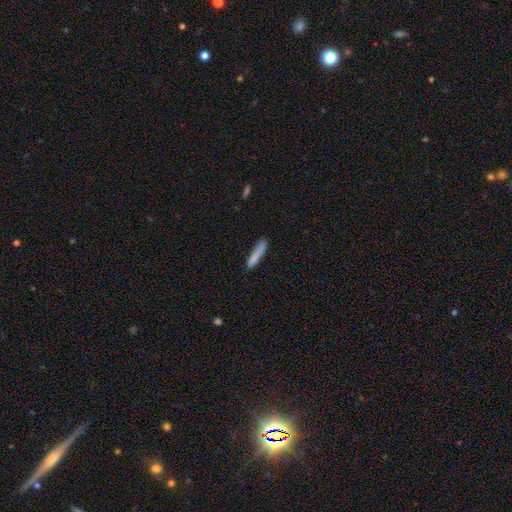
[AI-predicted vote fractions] smooth_or_featured: smooth (p=0.83) [alt: featured or disk p=0.11]
how_rounded: cigar-shaped (p=0.91) [alt: in between p=0.08]
merging: none (p=0.78) [alt: minor disturbance p=0.16]